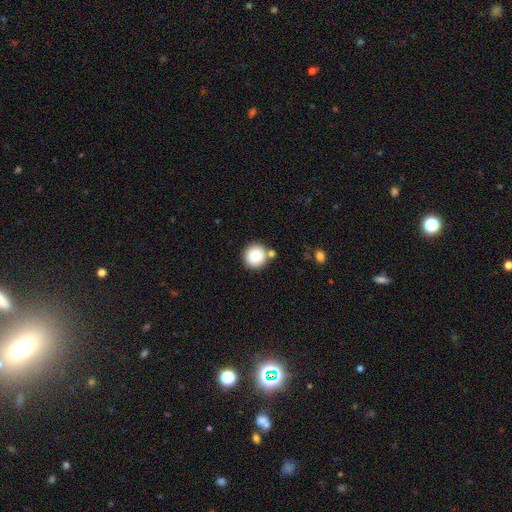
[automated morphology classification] smooth 78%, featured or disk 12%, star or artifact 9%. Down the decision tree: how rounded — round (95%); merging — none (76%).